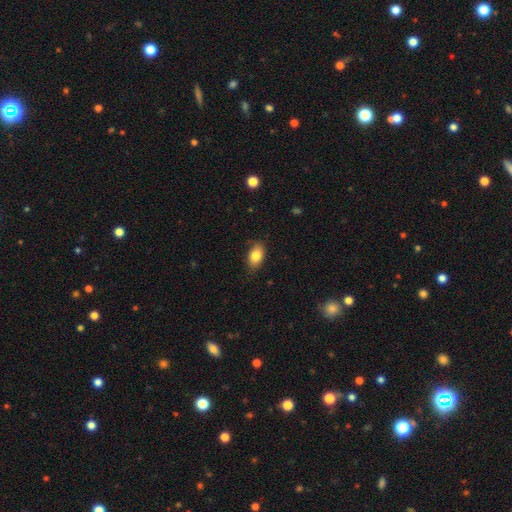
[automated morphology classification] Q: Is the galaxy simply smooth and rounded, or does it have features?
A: smooth — 83%.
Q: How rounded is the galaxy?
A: in between — 88%.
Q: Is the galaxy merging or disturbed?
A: none — 80%.